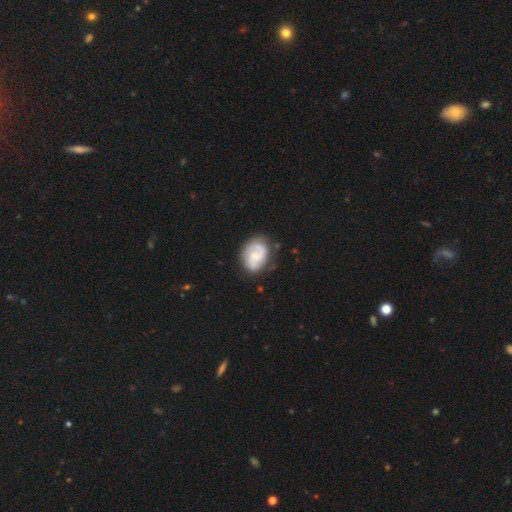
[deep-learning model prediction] Smooth or featured: featured or disk — 63% (smooth — 31%)
Edge-on disk: no — 98% (yes — 2%)
Bar: no — 57% (weak — 37%)
Spiral arms: yes — 91% (no — 9%)
Spiral winding: medium — 46% (tight — 33%)
Spiral arm count: 2 — 78% (can't tell — 11%)
Bulge size: small — 48% (moderate — 37%)
Merging: none — 74% (minor disturbance — 19%)